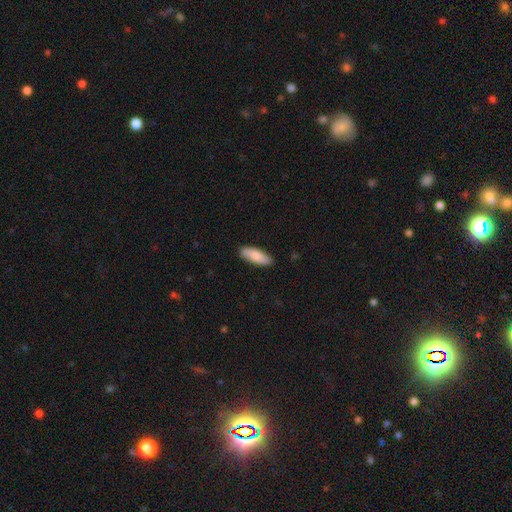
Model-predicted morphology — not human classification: Overall: smooth (83%). How rounded: in between (66%; cigar-shaped 32%). Merging: none (86%).